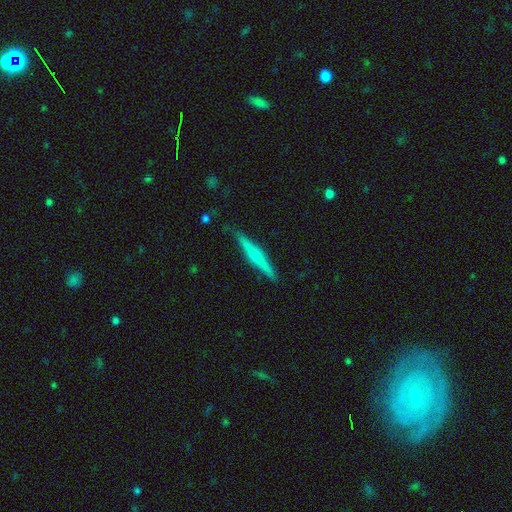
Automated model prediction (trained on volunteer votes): This is possibly a featured or disk galaxy (54%). It is clearly viewed edge-on (97%). Edge-on bulge: possibly rounded (53%). Merging: clearly none (87%).